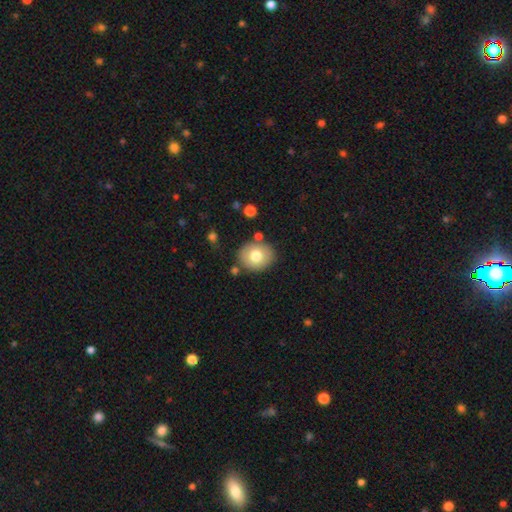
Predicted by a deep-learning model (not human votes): A smooth galaxy with no disk features (74%) that is round (63%). Merging: none (82%).